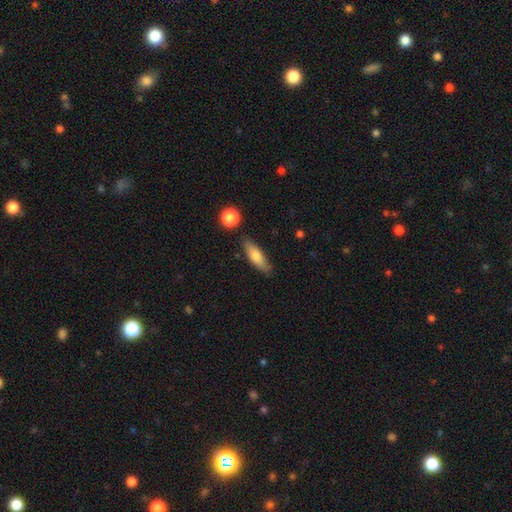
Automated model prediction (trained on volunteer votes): Q: Smooth or featured?
A: smooth (72%); runner-up: featured or disk (22%)
Q: How rounded?
A: in between (49%); runner-up: cigar-shaped (48%)
Q: Merging?
A: none (79%); runner-up: minor disturbance (15%)